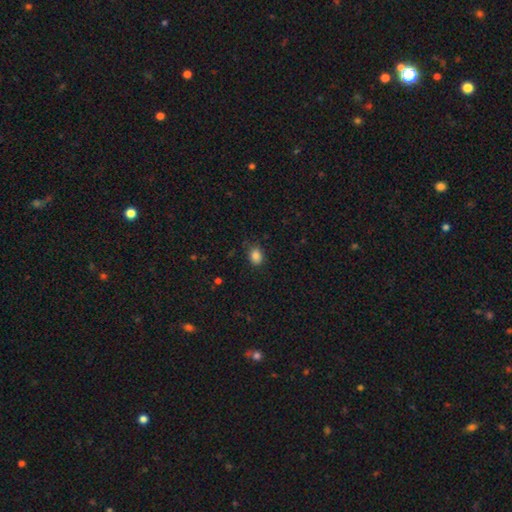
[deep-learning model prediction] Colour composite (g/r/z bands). It shows a smooth galaxy with no disk features (86%) that is in between round and cigar-shaped (61%). Merging: none (79%).